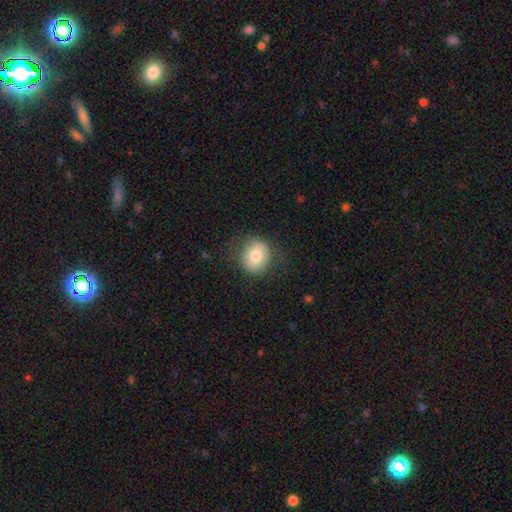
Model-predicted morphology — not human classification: Smooth or featured?
  - smooth: 75% *
  - featured or disk: 17%
  - star or artifact: 8%
How rounded?
  - round: 76% *
  - in between: 23%
  - cigar-shaped: 1%
Merging?
  - none: 80% *
  - minor disturbance: 14%
  - major disturbance: 5%
  - merger: 1%